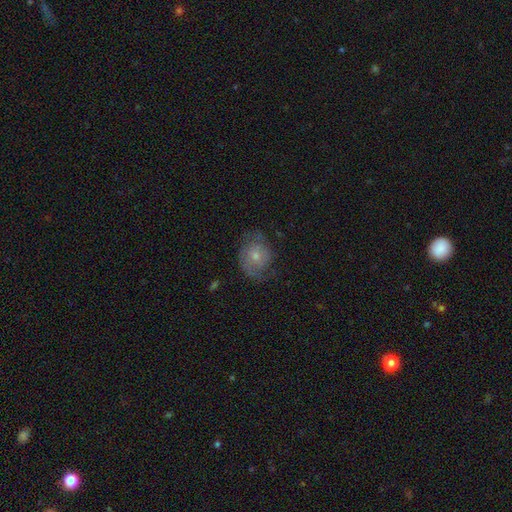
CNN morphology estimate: smooth_or_featured: featured or disk (p=0.50) [alt: smooth p=0.42]
merging: none (p=0.59) [alt: minor disturbance p=0.25]